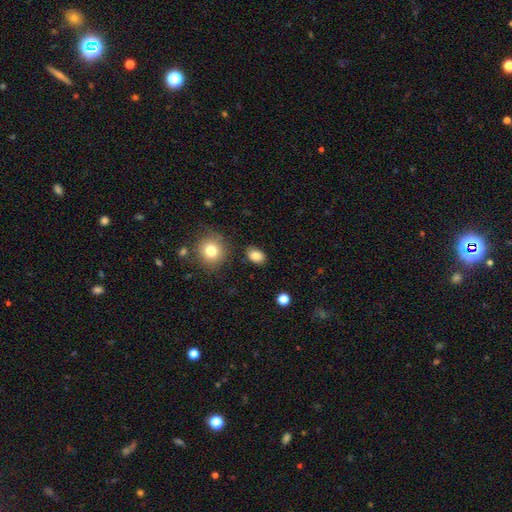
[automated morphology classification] This appears to be a smooth galaxy with no disk features (84%) that is in between round and cigar-shaped (73%). Merging: none (85%).